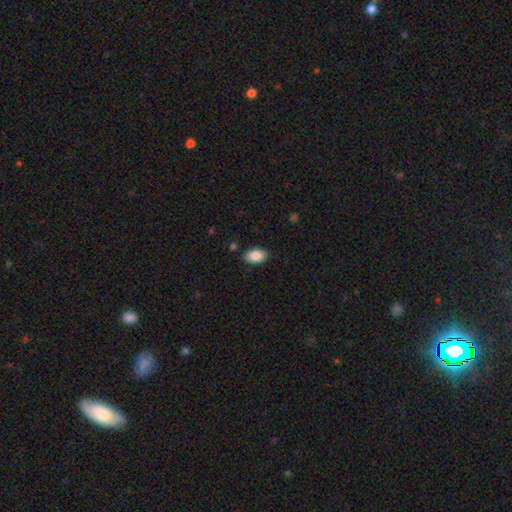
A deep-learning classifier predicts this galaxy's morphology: type=smooth (87%); roundness=in between (91%); merging=none (87%).